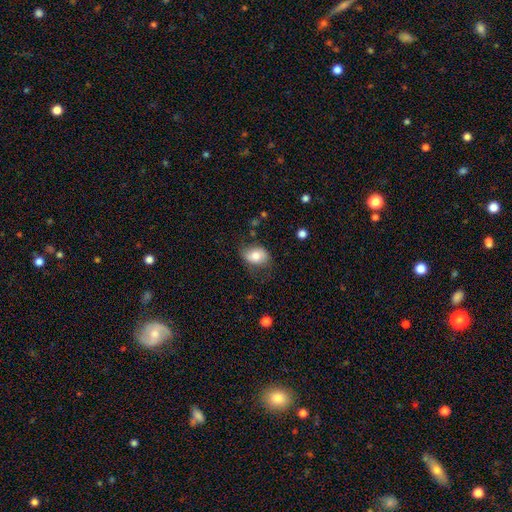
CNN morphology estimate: smooth_or_featured: smooth (p=0.77) [alt: featured or disk p=0.15]
how_rounded: in between (p=0.76) [alt: round p=0.23]
merging: none (p=0.63) [alt: minor disturbance p=0.26]